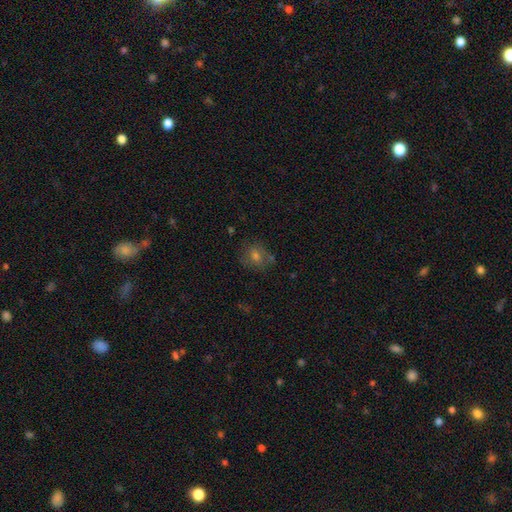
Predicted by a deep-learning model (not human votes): Overall: smooth (52%; star or artifact 24%). How rounded: round (76%). Merging: none (74%).